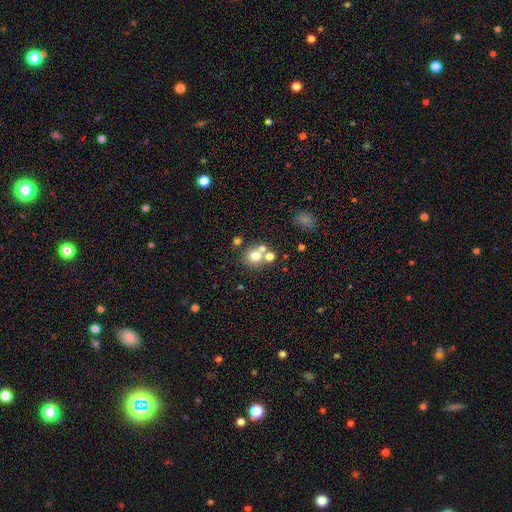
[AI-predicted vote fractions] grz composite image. It shows a smooth galaxy with no disk features (70%) that is round (82%). Merging: none (53%).